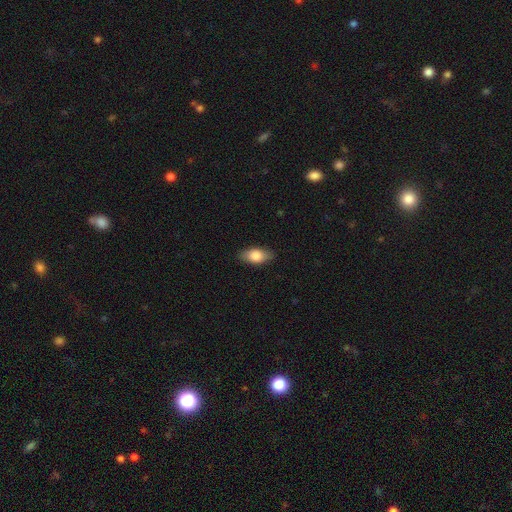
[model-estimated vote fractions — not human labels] A smooth galaxy with no disk features (80%) that is in between round and cigar-shaped (88%). Merging: none (85%).